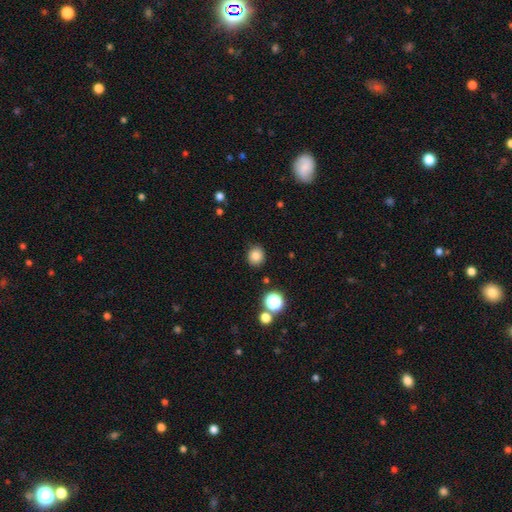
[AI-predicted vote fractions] Smooth or featured?
  - smooth: 81% *
  - star or artifact: 13%
  - featured or disk: 6%
How rounded?
  - round: 82% *
  - in between: 17%
  - cigar-shaped: 1%
Merging?
  - none: 87% *
  - minor disturbance: 9%
  - major disturbance: 2%
  - merger: 2%